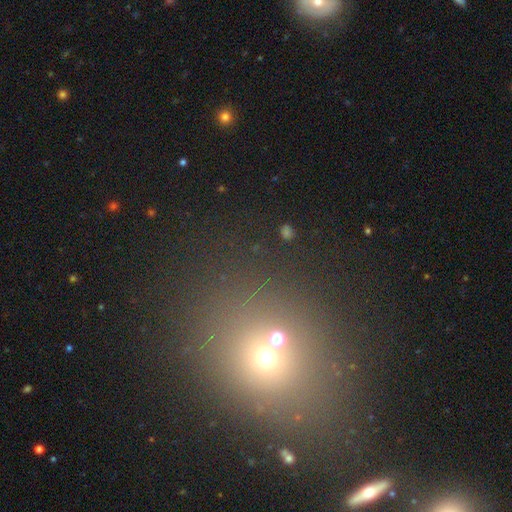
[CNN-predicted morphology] Q: Smooth or featured?
A: star or artifact (47%); runner-up: smooth (41%)